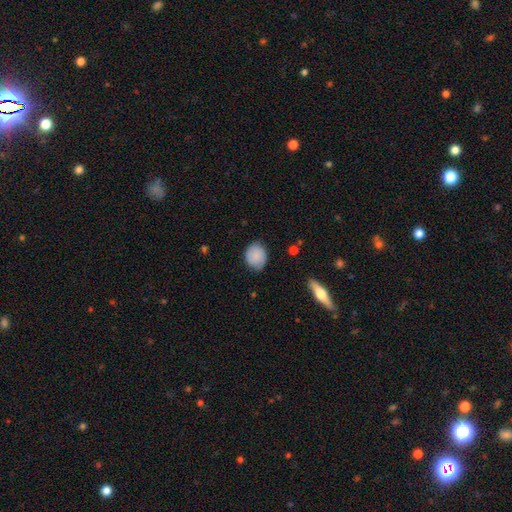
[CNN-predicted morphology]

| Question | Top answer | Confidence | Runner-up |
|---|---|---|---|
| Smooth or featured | smooth | 80% | featured or disk (13%) |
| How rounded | round | 58% | in between (41%) |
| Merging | none | 72% | minor disturbance (23%) |